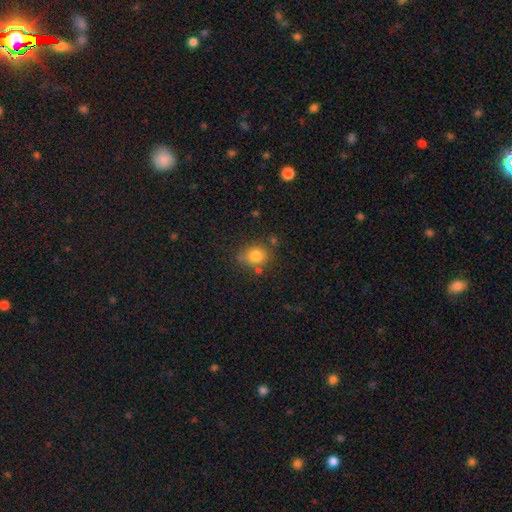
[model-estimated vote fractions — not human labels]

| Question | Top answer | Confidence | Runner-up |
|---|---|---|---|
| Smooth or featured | smooth | 80% | star or artifact (11%) |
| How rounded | round | 69% | in between (30%) |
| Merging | none | 68% | minor disturbance (18%) |